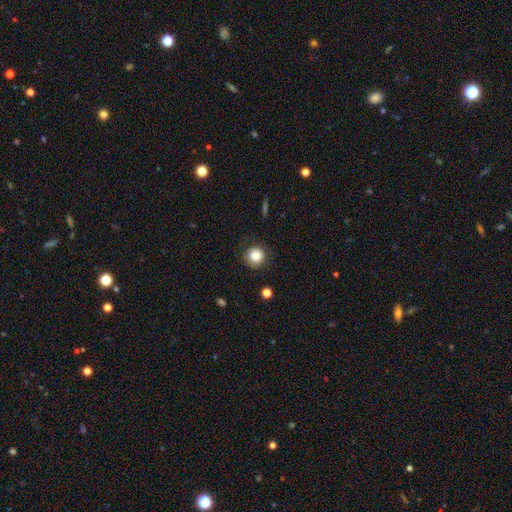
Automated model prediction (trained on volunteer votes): A smooth galaxy with no disk features (84%) that is round (94%).

Vote fractions:
- Smooth or featured? smooth: 84% / star or artifact: 10% / featured or disk: 5%
- How rounded? round: 94% / in between: 5% / cigar-shaped: 1%
- Merging? none: 88% / minor disturbance: 8% / major disturbance: 3% / merger: 1%